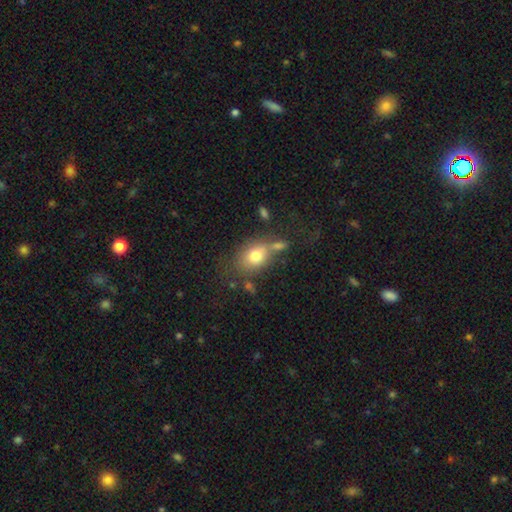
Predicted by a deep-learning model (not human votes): smooth 76%, featured or disk 14%, star or artifact 10%. Down the decision tree: how rounded — in between (68%); merging — none (49%).